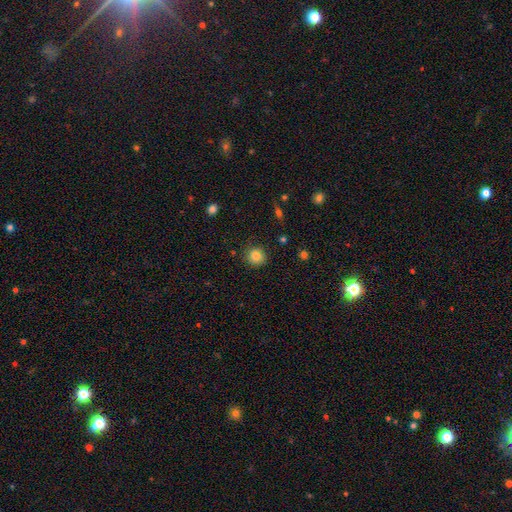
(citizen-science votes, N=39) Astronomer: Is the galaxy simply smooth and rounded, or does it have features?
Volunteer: smooth — 90%.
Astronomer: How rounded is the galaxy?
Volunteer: round — 91%.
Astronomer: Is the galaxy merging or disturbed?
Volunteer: none — 76%.